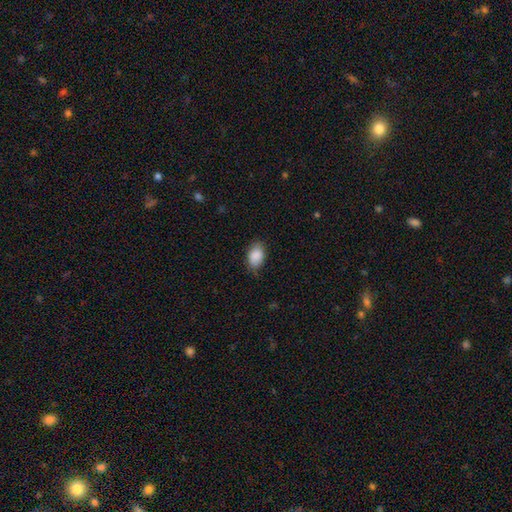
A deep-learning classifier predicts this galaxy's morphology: A smooth galaxy with no disk features (89%) that is in between round and cigar-shaped (88%).

Vote fractions:
- Smooth or featured? smooth: 89% / star or artifact: 7% / featured or disk: 4%
- How rounded? in between: 88% / round: 10% / cigar-shaped: 1%
- Merging? none: 78% / minor disturbance: 17% / major disturbance: 3% / merger: 1%